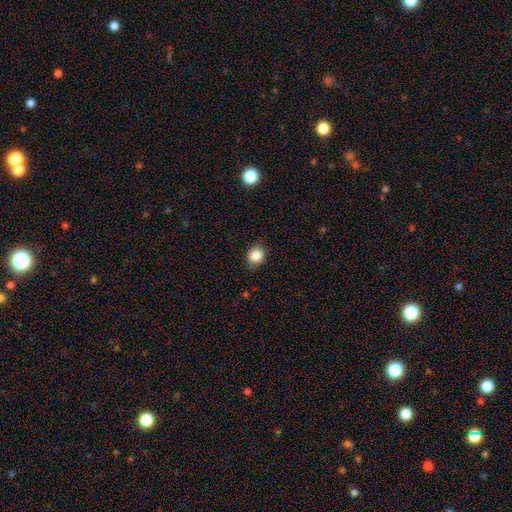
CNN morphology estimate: Overall: smooth (84%). How rounded: round (68%; in between 31%). Merging: none (86%).